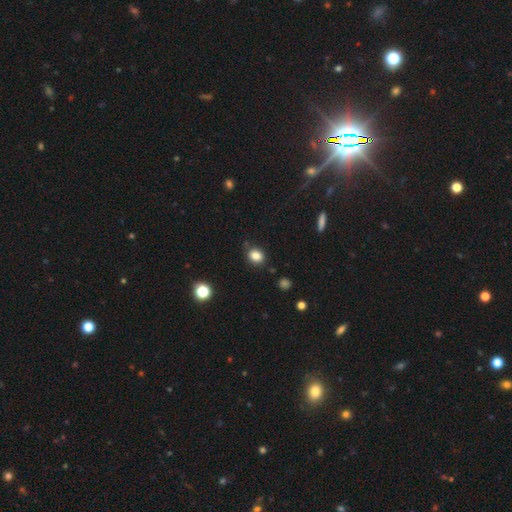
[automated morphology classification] Smooth or featured? smooth (83%)
How rounded? round (54%)
Merging? none (80%)